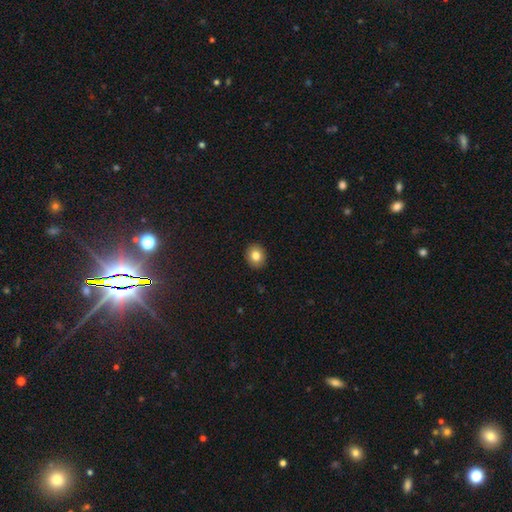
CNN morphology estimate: Smooth or featured? smooth (81%)
How rounded? round (70%)
Merging? none (91%)